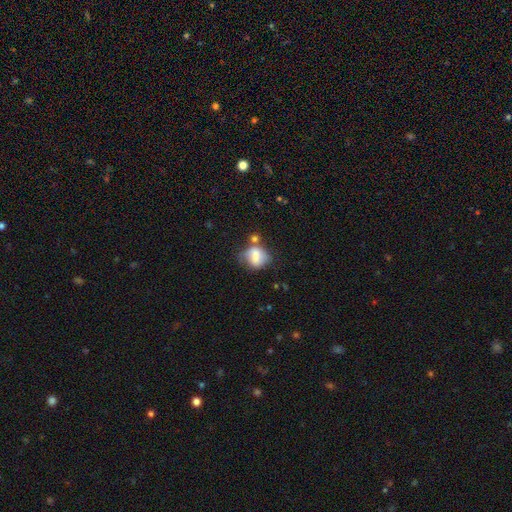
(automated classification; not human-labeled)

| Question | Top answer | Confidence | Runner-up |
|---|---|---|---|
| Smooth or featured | smooth | 67% | featured or disk (24%) |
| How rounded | in between | 50% | round (48%) |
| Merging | none | 43% | minor disturbance (26%) |